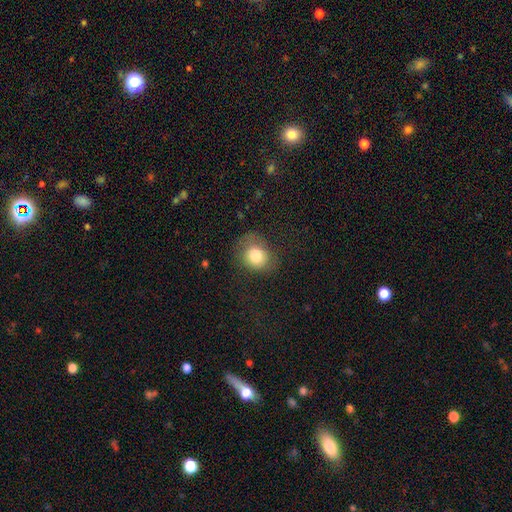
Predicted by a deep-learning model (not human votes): Smooth or featured?
  - smooth: 78% *
  - featured or disk: 13%
  - star or artifact: 9%
How rounded?
  - round: 67% *
  - in between: 32%
  - cigar-shaped: 1%
Merging?
  - none: 64% *
  - minor disturbance: 22%
  - major disturbance: 13%
  - merger: 1%